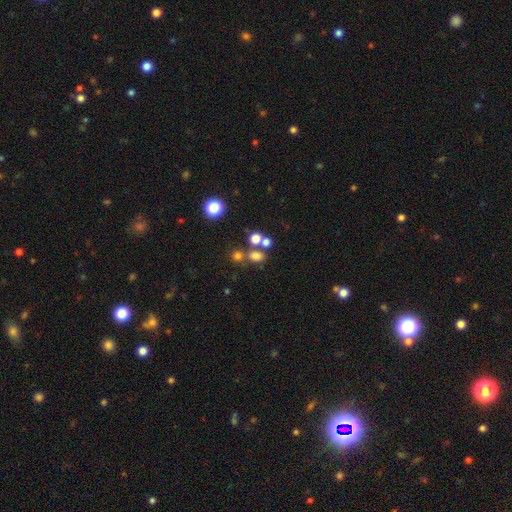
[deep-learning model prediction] Smooth or featured: smooth — 70% (star or artifact — 20%)
How rounded: round — 51% (in between — 47%)
Merging: none — 54% (merger — 31%)